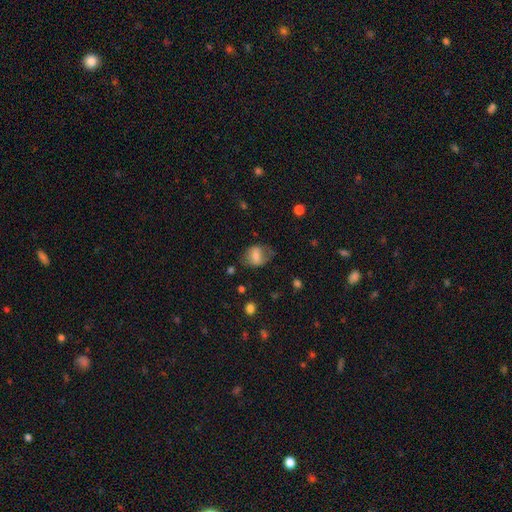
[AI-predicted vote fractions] This is likely a smooth galaxy (65%). How rounded: possibly in between (57%). Merging: possibly none (56%).